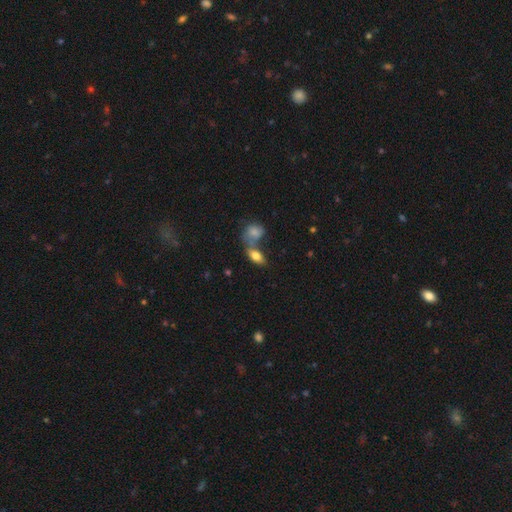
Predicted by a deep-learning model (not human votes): This appears to be a smooth galaxy with no disk features (78%) that is in between round and cigar-shaped (87%). Merging: merger (45%).